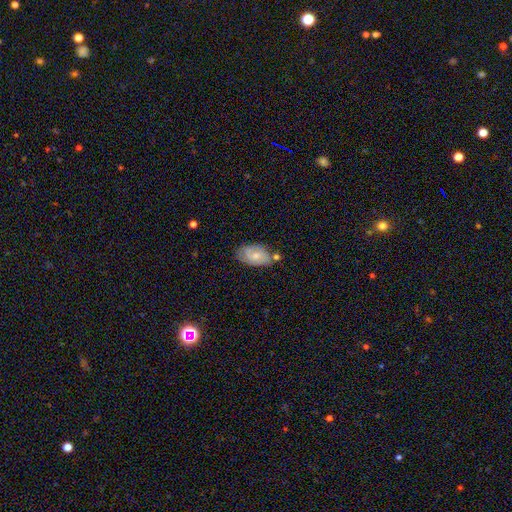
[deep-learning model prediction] Smooth or featured: smooth — 57% (featured or disk — 36%)
How rounded: in between — 91% (round — 7%)
Merging: none — 60% (minor disturbance — 24%)